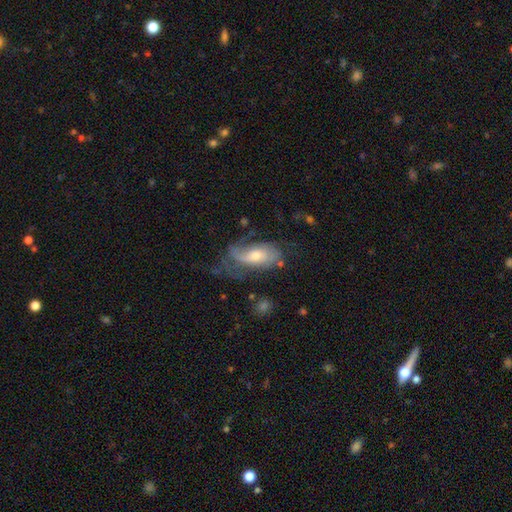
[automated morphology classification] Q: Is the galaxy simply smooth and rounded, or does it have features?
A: featured or disk — 58%.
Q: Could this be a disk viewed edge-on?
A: no — 90%.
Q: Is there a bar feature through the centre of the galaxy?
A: no — 64%.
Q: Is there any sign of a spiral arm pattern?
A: yes — 76%.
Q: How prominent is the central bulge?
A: moderate — 60%.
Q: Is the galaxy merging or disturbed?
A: none — 40%.